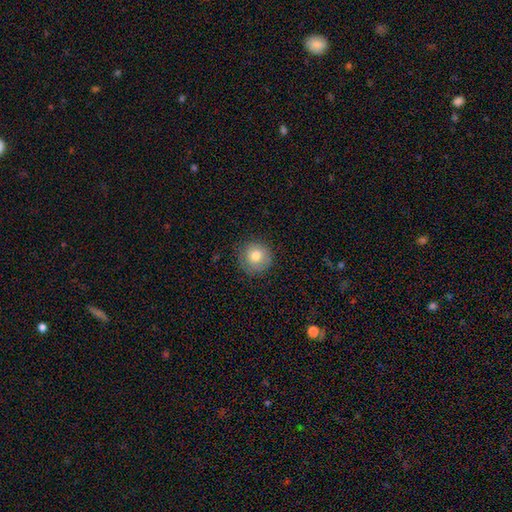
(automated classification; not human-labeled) Smooth or featured? Predicted: smooth (p=0.79). How rounded? Predicted: round (p=0.94). Merging? Predicted: none (p=0.84).